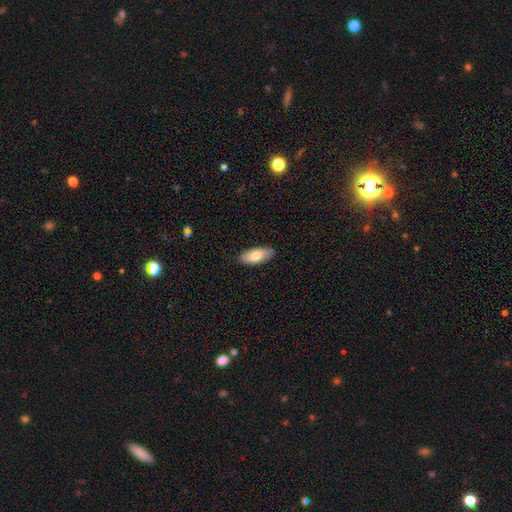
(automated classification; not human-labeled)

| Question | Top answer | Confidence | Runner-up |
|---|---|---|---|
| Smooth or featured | smooth | 78% | featured or disk (17%) |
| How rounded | in between | 87% | cigar-shaped (11%) |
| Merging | none | 87% | minor disturbance (10%) |